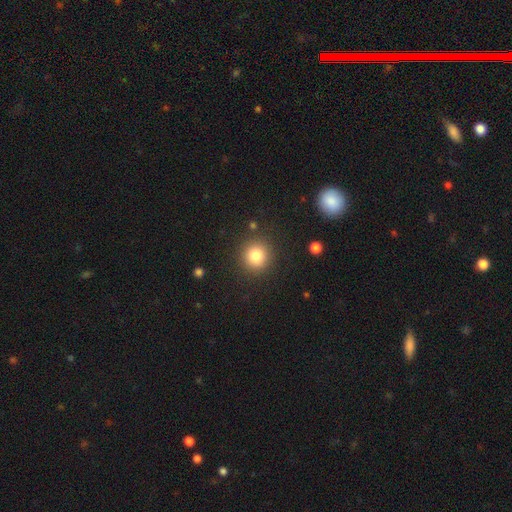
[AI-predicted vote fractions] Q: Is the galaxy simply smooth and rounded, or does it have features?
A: smooth — 81%.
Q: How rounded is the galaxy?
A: round — 92%.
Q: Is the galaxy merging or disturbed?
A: none — 89%.